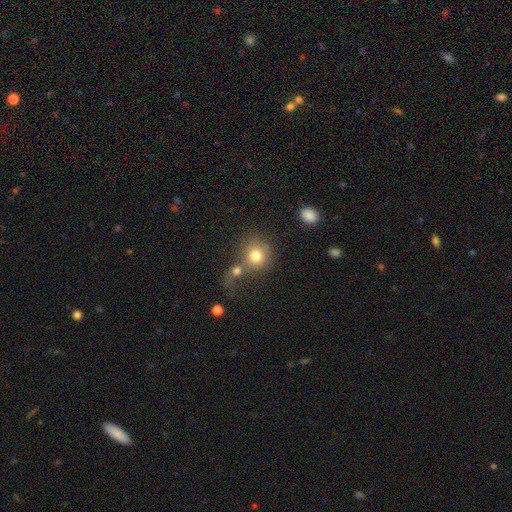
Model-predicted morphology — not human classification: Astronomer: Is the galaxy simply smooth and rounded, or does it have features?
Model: smooth — 76%.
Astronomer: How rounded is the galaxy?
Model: round — 83%.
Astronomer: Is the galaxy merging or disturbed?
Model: merger — 41% (runner-up: none, 40%).